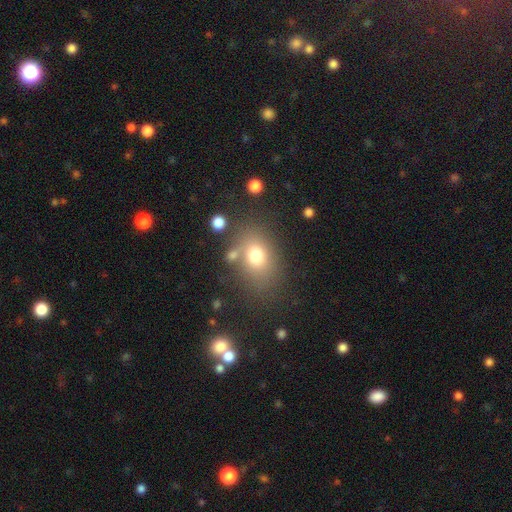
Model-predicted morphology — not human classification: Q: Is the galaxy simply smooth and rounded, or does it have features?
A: smooth — 73%.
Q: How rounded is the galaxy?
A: in between — 63%.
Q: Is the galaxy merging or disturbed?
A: none — 67%.